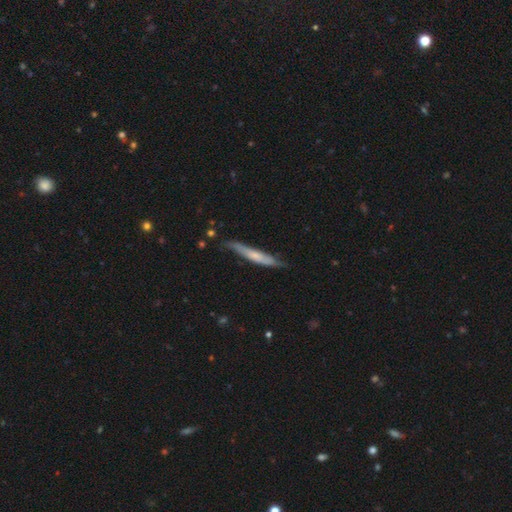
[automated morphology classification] The model was most divided on "smooth or featured": smooth: 50%, featured or disk: 45%, star or artifact: 6%. More confident: merging — none (70%).